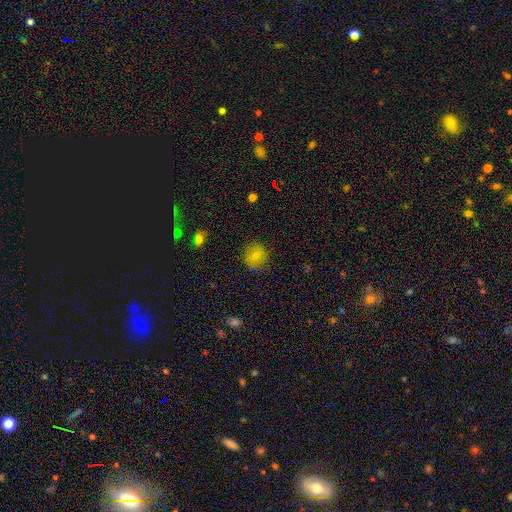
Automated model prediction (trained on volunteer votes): A smooth galaxy with no disk features (76%) that is round (87%). Merging: none (84%).